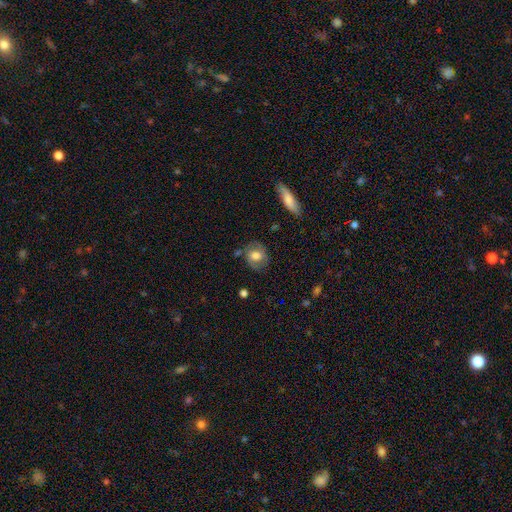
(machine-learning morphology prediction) Smooth or featured?
  - smooth: 58% *
  - featured or disk: 34%
  - star or artifact: 8%
How rounded?
  - round: 66% *
  - in between: 32%
  - cigar-shaped: 2%
Merging?
  - none: 74% *
  - minor disturbance: 17%
  - major disturbance: 6%
  - merger: 3%